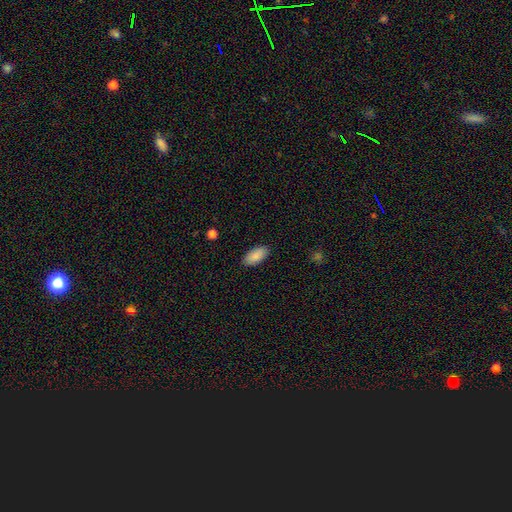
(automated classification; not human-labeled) Smooth or featured? smooth (88%)
How rounded? in between (92%)
Merging? none (88%)